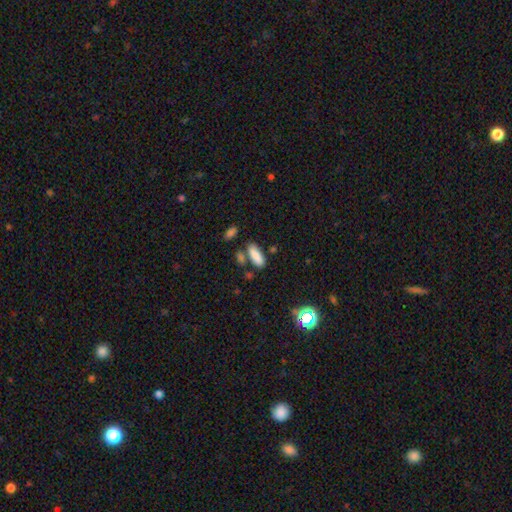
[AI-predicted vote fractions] A smooth galaxy with no disk features (85%) that is in between round and cigar-shaped (70%).

Vote fractions:
- Smooth or featured? smooth: 85% / star or artifact: 8% / featured or disk: 7%
- How rounded? in between: 70% / cigar-shaped: 28% / round: 2%
- Merging? none: 66% / merger: 15% / minor disturbance: 15% / major disturbance: 5%